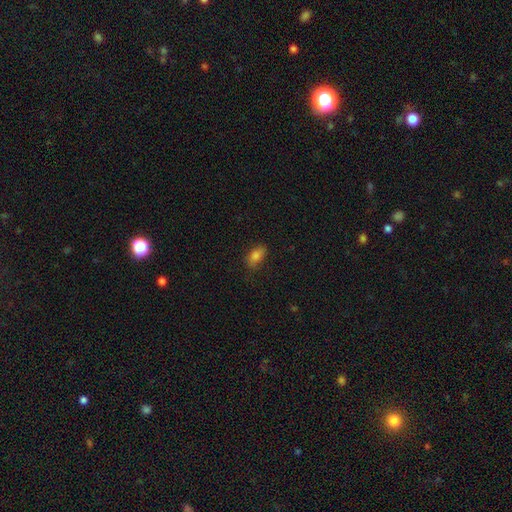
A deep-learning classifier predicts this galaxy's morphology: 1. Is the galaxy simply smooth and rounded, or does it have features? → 81% smooth, 10% star or artifact, 10% featured or disk.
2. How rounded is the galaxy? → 87% in between, 8% round, 5% cigar-shaped.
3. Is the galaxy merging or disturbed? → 76% none, 19% minor disturbance, 4% major disturbance, 1% merger.